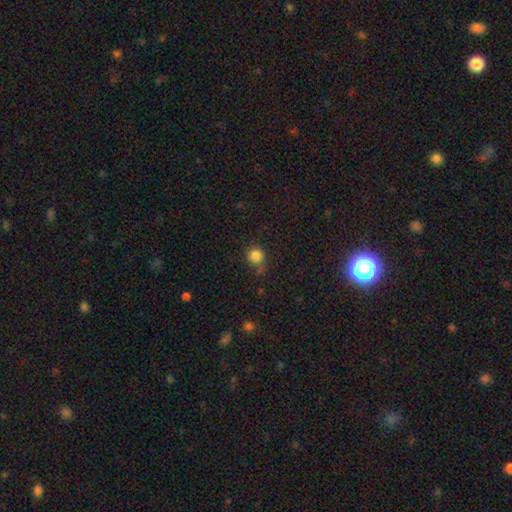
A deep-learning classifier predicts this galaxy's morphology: This appears to be a smooth galaxy with no disk features (83%) that is round (91%). Merging: none (74%).